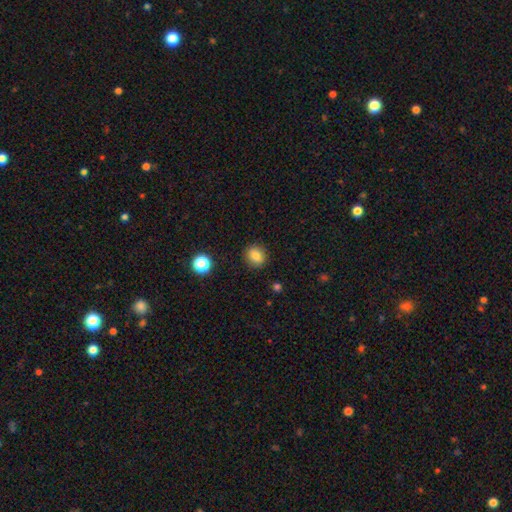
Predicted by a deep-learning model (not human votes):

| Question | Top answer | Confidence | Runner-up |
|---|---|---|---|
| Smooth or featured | smooth | 82% | star or artifact (11%) |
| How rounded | round | 76% | in between (23%) |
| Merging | none | 89% | minor disturbance (7%) |